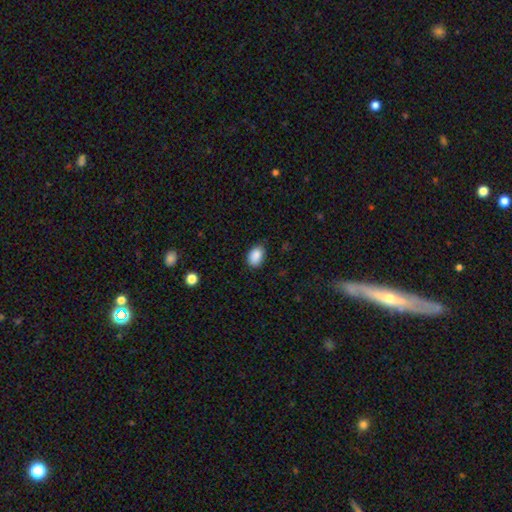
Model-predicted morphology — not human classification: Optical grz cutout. It shows a smooth galaxy with no disk features (89%) that is in between round and cigar-shaped (85%). Merging: none (81%).